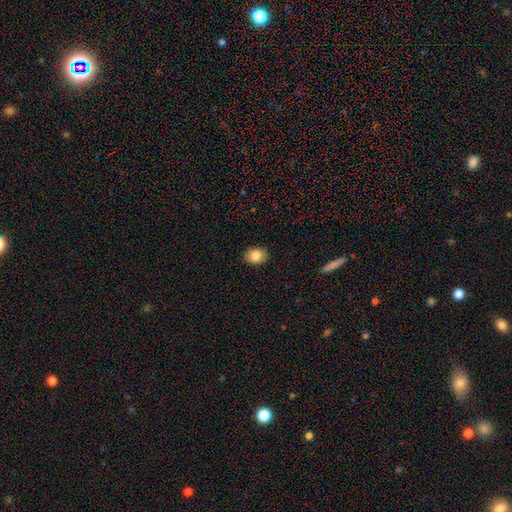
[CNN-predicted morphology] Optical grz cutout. It shows a smooth galaxy with no disk features (82%) that is in between round and cigar-shaped (69%). Merging: none (89%).